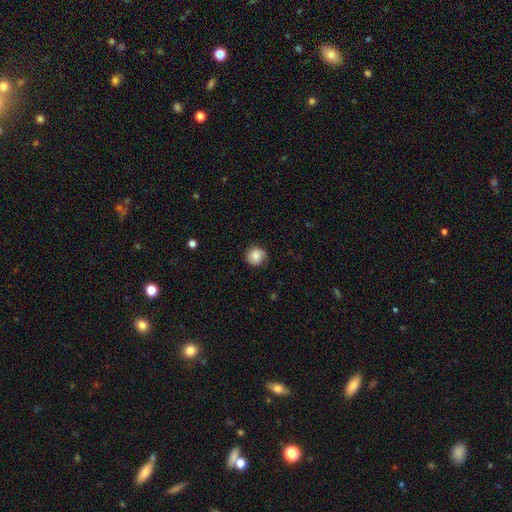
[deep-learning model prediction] Smooth or featured: smooth — 75% (featured or disk — 17%)
How rounded: round — 86% (in between — 13%)
Merging: none — 76% (minor disturbance — 18%)